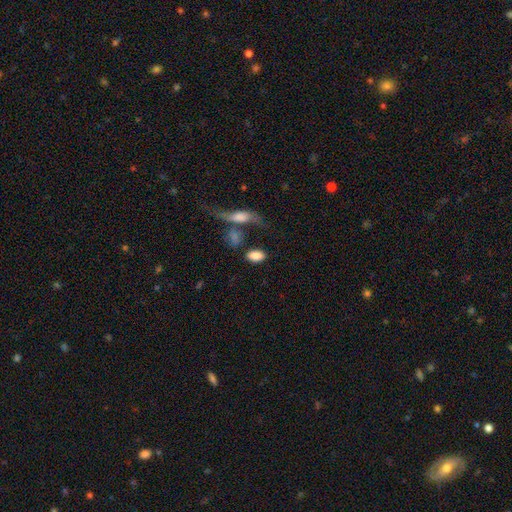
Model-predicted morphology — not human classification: This appears to be a smooth galaxy with no disk features (85%) that is in between round and cigar-shaped (92%). Merging: none (63%).